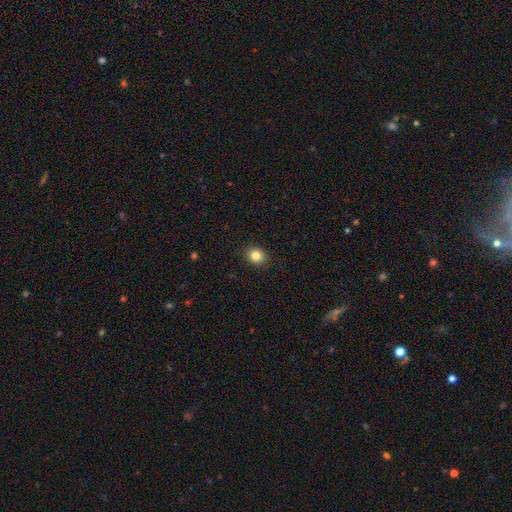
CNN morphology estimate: type=smooth (84%); roundness=round (65%); merging=none (90%).